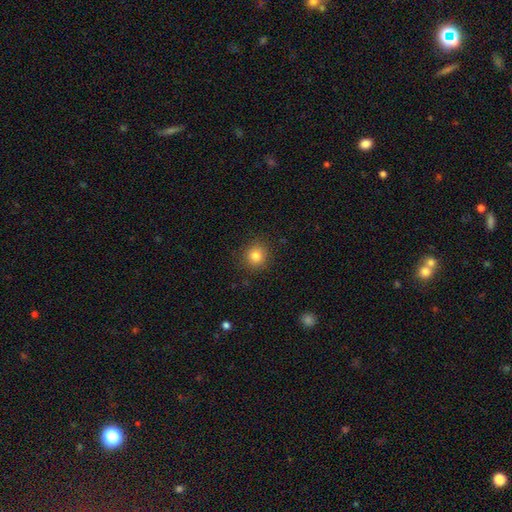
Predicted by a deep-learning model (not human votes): Morphology: type=smooth (82%); roundness=round (90%); merging=none (89%).